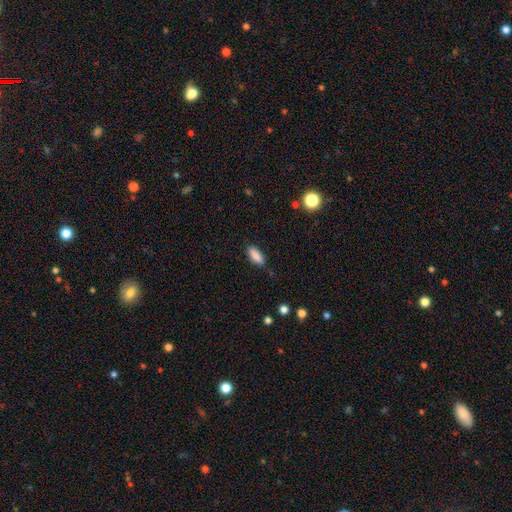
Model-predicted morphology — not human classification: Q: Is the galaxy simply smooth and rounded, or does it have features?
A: smooth — 87%.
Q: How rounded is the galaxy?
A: in between — 74%.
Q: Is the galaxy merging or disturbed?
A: none — 82%.